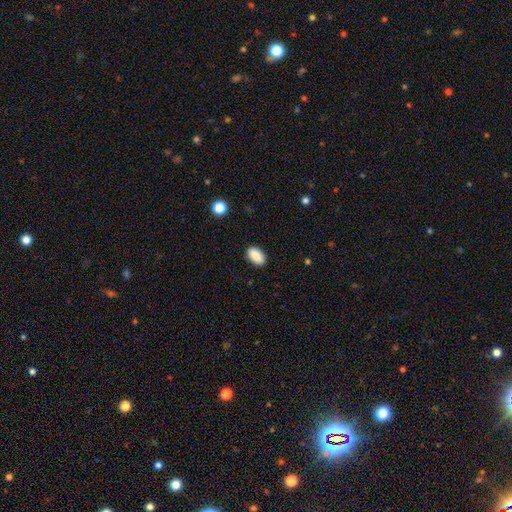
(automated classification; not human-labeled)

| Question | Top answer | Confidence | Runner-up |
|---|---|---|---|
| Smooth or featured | smooth | 89% | star or artifact (7%) |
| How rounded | in between | 93% | round (5%) |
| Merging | none | 89% | minor disturbance (8%) |